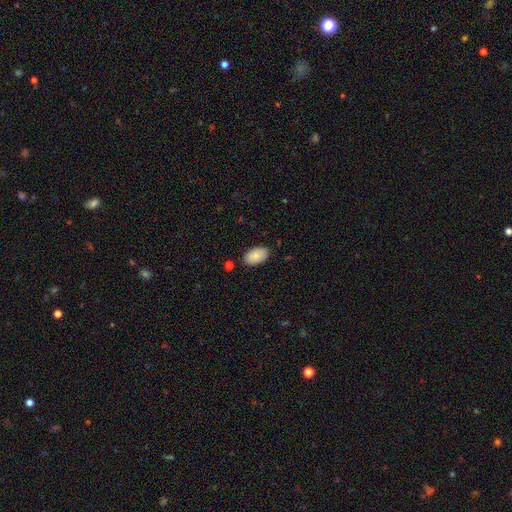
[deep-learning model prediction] A smooth galaxy with no disk features (88%) that is in between round and cigar-shaped (95%). Merging: none (85%).